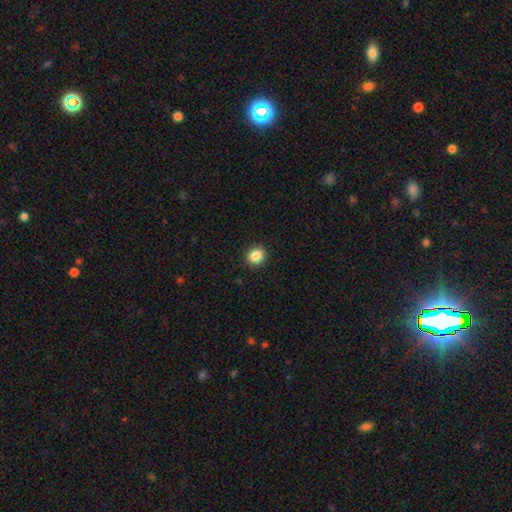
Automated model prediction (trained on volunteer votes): Overall: smooth (87%). How rounded: round (78%). Merging: none (92%).